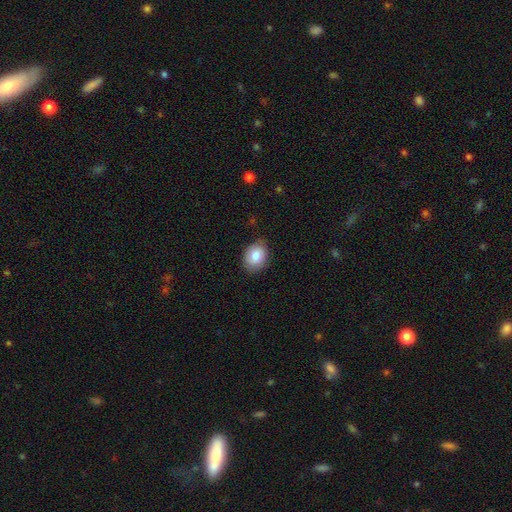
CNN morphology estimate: Q: Smooth or featured?
A: smooth (81%); runner-up: featured or disk (11%)
Q: How rounded?
A: in between (55%); runner-up: round (45%)
Q: Merging?
A: none (82%); runner-up: minor disturbance (14%)